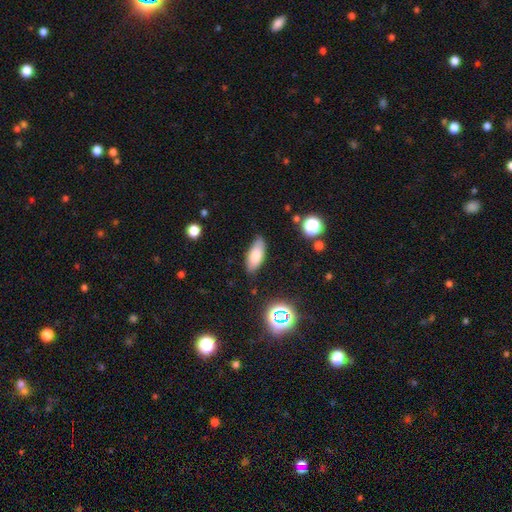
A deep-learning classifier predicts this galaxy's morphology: A smooth galaxy with no disk features (79%) that is in between round and cigar-shaped (82%).

Vote fractions:
- Smooth or featured? smooth: 79% / featured or disk: 12% / star or artifact: 9%
- How rounded? in between: 82% / cigar-shaped: 15% / round: 3%
- Merging? none: 81% / minor disturbance: 15% / major disturbance: 3% / merger: 2%